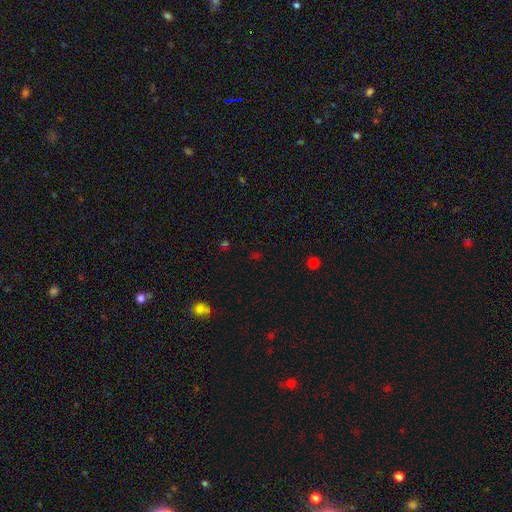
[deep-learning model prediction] star or artifact 57%, smooth 36%, featured or disk 7%.